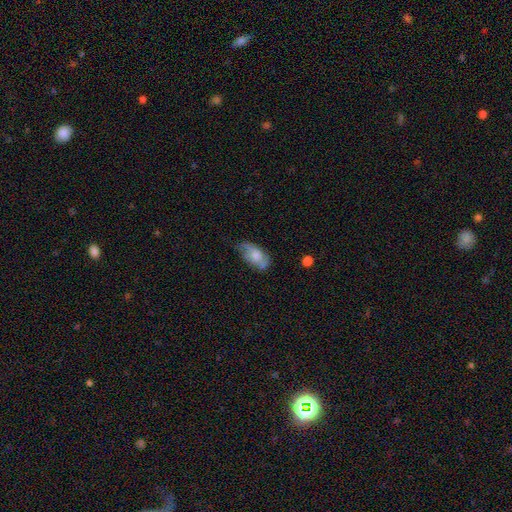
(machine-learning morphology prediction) Smooth or featured? Predicted: smooth (p=0.55). How rounded? Predicted: in between (p=0.90). Merging? Predicted: none (p=0.52).